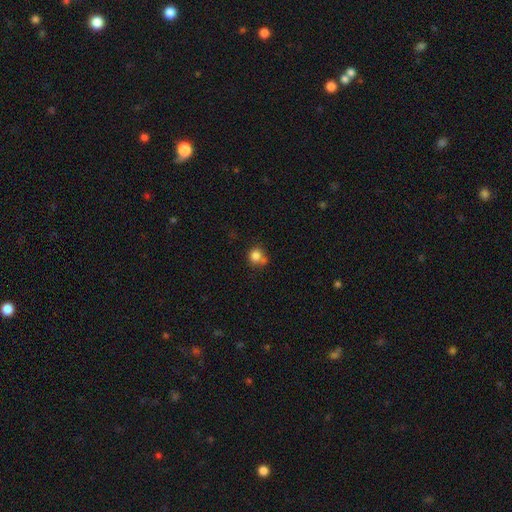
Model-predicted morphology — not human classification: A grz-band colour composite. It shows a smooth galaxy with no disk features (81%) that is round (87%). Merging: none (57%).